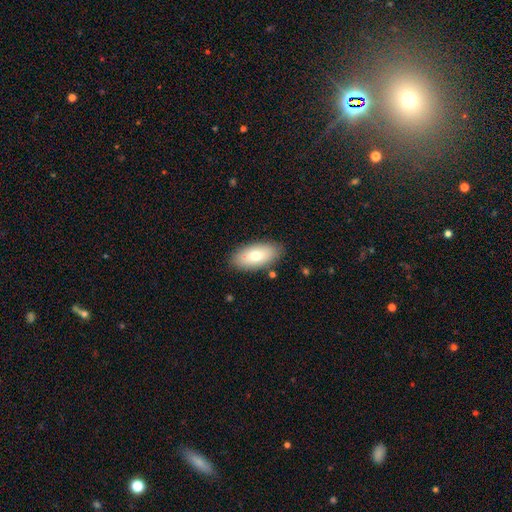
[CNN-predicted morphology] Smooth or featured: smooth — 72% (featured or disk — 21%)
How rounded: in between — 91% (cigar-shaped — 6%)
Merging: none — 84% (minor disturbance — 11%)